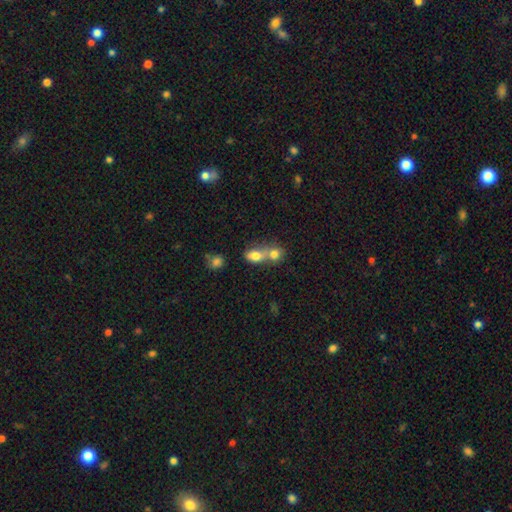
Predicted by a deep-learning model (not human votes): Q: Smooth or featured?
A: smooth (76%); runner-up: featured or disk (14%)
Q: How rounded?
A: in between (58%); runner-up: round (39%)
Q: Merging?
A: merger (68%); runner-up: none (22%)